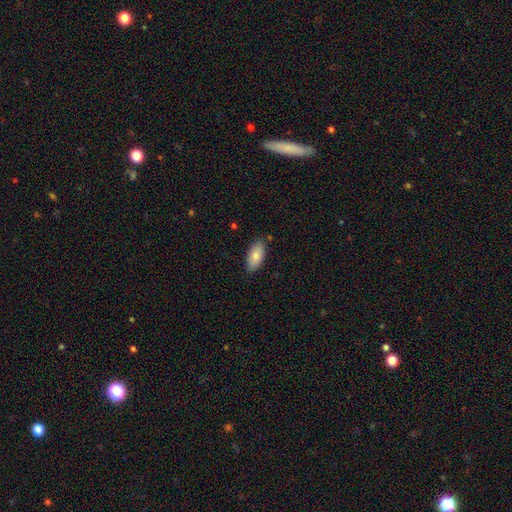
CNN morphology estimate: A smooth galaxy with no disk features (83%) that is in between round and cigar-shaped (90%). Merging: none (83%).